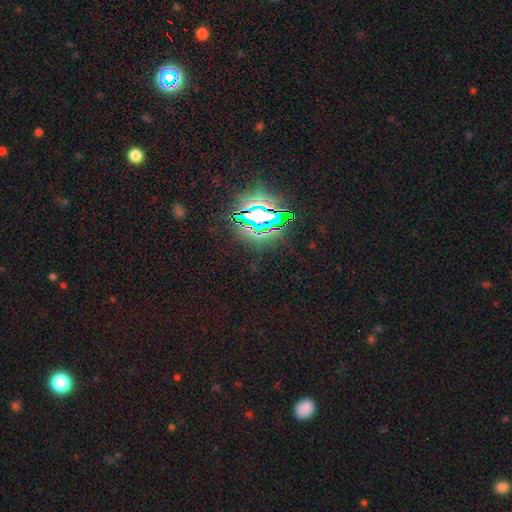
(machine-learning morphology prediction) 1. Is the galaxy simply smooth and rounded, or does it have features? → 84% star or artifact, 9% smooth, 6% featured or disk.